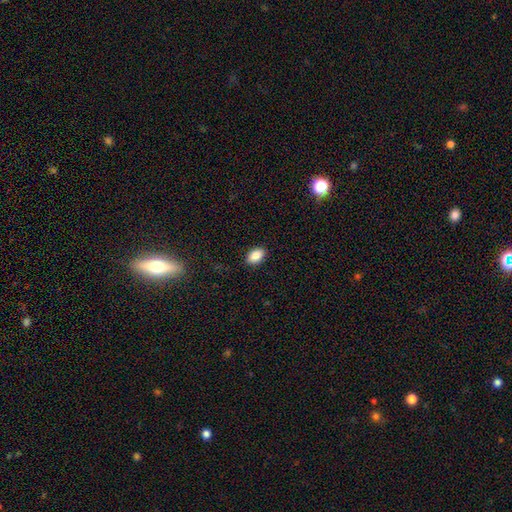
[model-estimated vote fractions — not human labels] Morphology: type=smooth (88%); roundness=in between (89%); merging=none (89%).